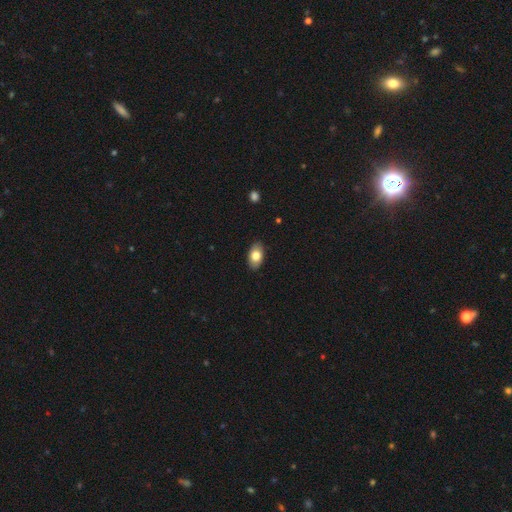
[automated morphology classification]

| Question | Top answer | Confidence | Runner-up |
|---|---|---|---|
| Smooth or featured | smooth | 79% | featured or disk (14%) |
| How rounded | in between | 92% | round (7%) |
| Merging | none | 88% | minor disturbance (9%) |